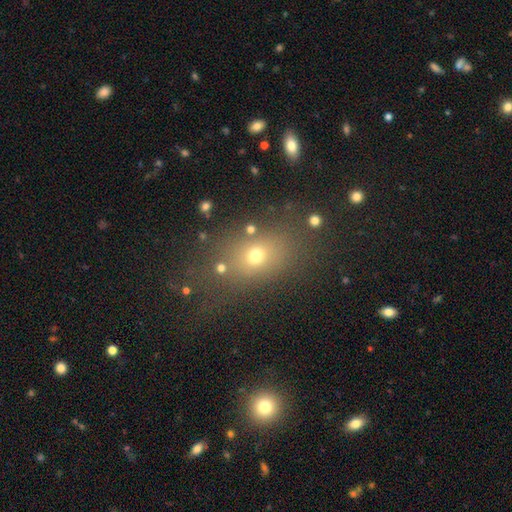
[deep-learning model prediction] Smooth or featured?
  - smooth: 65% *
  - star or artifact: 21%
  - featured or disk: 15%
How rounded?
  - in between: 63% *
  - round: 35%
  - cigar-shaped: 3%
Merging?
  - none: 70% *
  - minor disturbance: 14%
  - major disturbance: 9%
  - merger: 7%